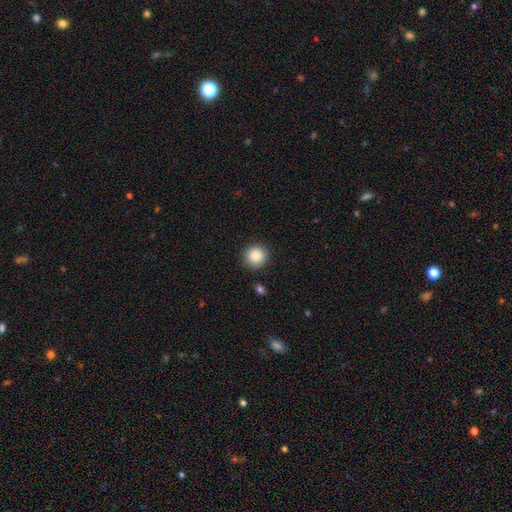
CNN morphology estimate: A smooth galaxy with no disk features (88%) that is round (93%). Merging: none (90%).